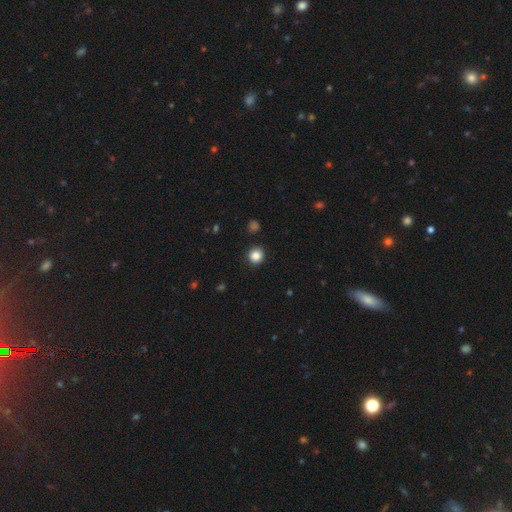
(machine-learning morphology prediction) This is clearly a smooth galaxy (85%). How rounded: clearly round (89%). Merging: clearly none (90%).